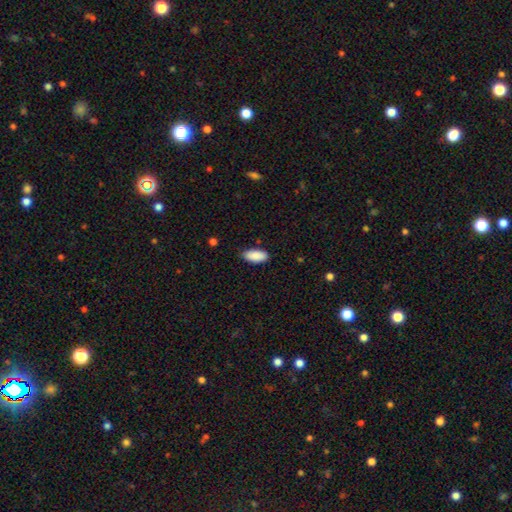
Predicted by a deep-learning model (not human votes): A smooth galaxy with no disk features (89%) that is in between round and cigar-shaped (91%).

Vote fractions:
- Smooth or featured? smooth: 89% / star or artifact: 6% / featured or disk: 4%
- How rounded? in between: 91% / cigar-shaped: 7% / round: 2%
- Merging? none: 84% / minor disturbance: 13% / major disturbance: 2% / merger: 1%